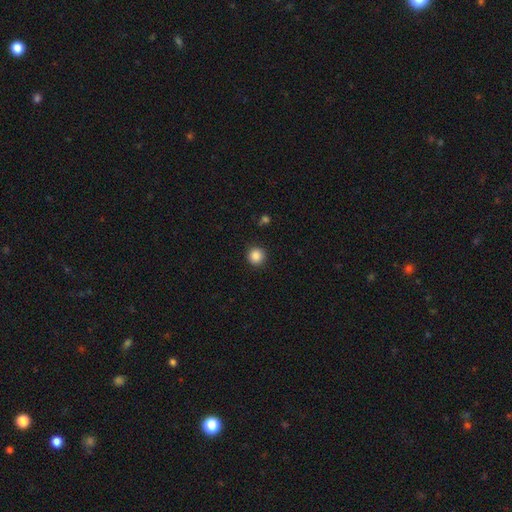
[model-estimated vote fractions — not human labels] Q: Smooth or featured?
A: smooth (87%); runner-up: star or artifact (10%)
Q: How rounded?
A: round (95%); runner-up: in between (4%)
Q: Merging?
A: none (91%); runner-up: minor disturbance (6%)